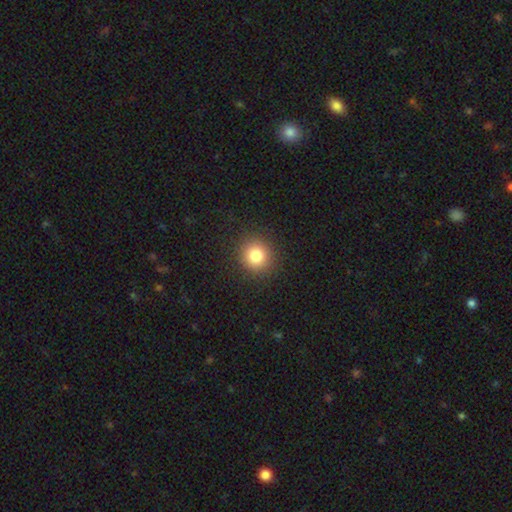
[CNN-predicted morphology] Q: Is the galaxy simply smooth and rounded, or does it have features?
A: smooth — 83%.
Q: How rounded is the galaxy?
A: round — 89%.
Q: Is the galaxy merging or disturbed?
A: none — 91%.